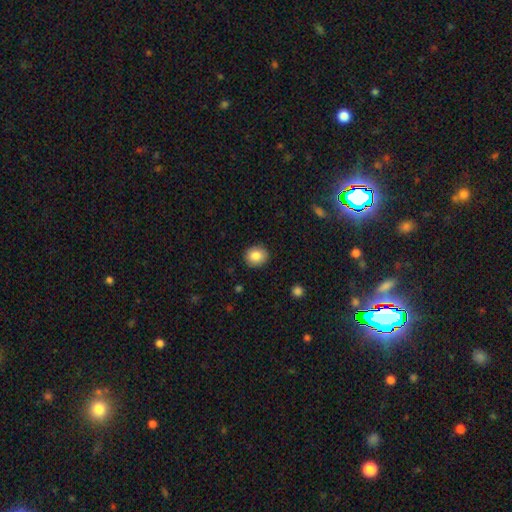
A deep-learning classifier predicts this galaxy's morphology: This appears to be a smooth galaxy with no disk features (85%) that is round (74%). Merging: none (90%).